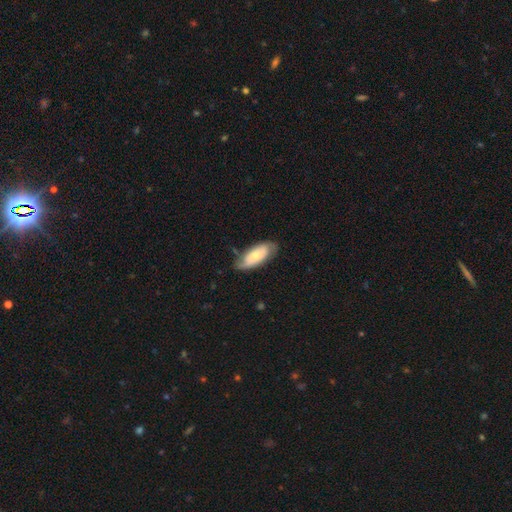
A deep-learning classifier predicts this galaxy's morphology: Smooth or featured: smooth — 56% (featured or disk — 38%)
How rounded: in between — 84% (cigar-shaped — 14%)
Merging: none — 68% (minor disturbance — 25%)